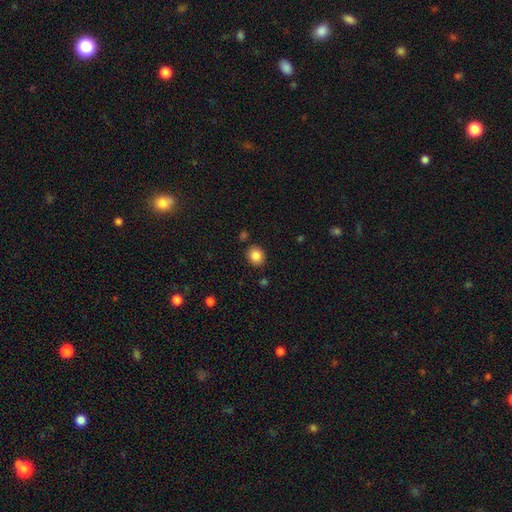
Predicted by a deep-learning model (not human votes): Q: Smooth or featured?
A: smooth (86%); runner-up: star or artifact (10%)
Q: How rounded?
A: round (69%); runner-up: in between (31%)
Q: Merging?
A: none (86%); runner-up: minor disturbance (8%)